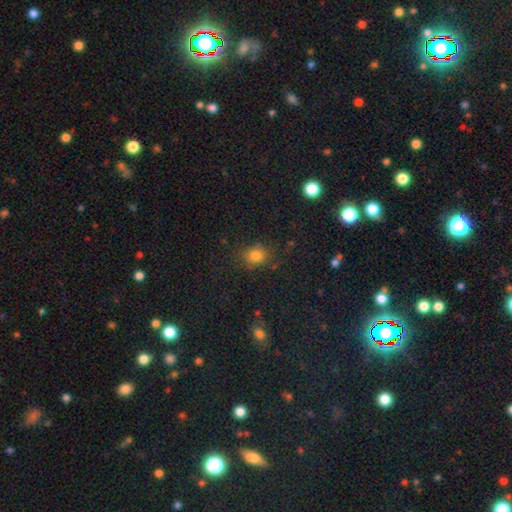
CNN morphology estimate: Q: Smooth or featured?
A: smooth (78%); runner-up: star or artifact (15%)
Q: How rounded?
A: round (68%); runner-up: in between (31%)
Q: Merging?
A: none (75%); runner-up: minor disturbance (16%)